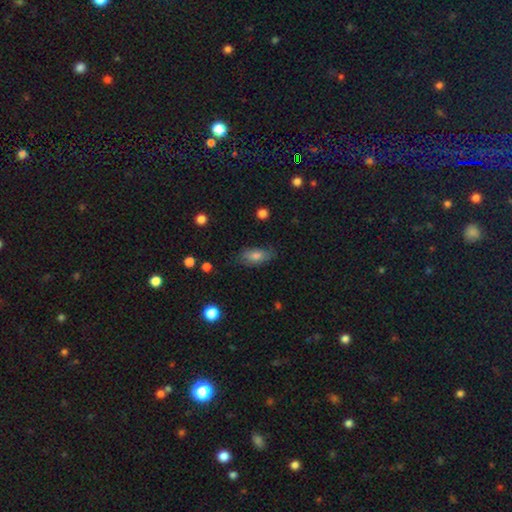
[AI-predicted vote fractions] Smooth or featured? Predicted: smooth (p=0.66). How rounded? Predicted: in between (p=0.80). Merging? Predicted: none (p=0.78).